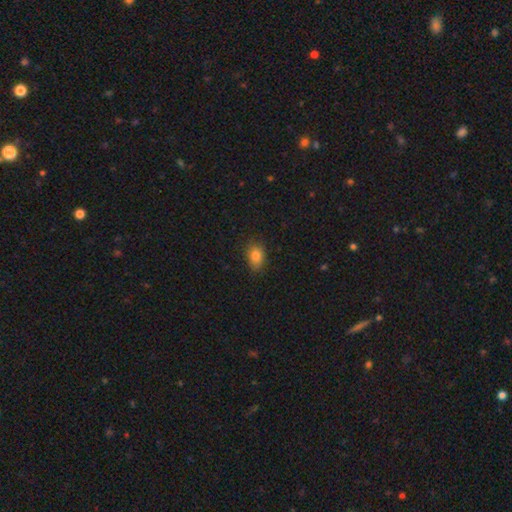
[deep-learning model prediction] Smooth or featured? smooth (83%)
How rounded? in between (78%)
Merging? none (79%)